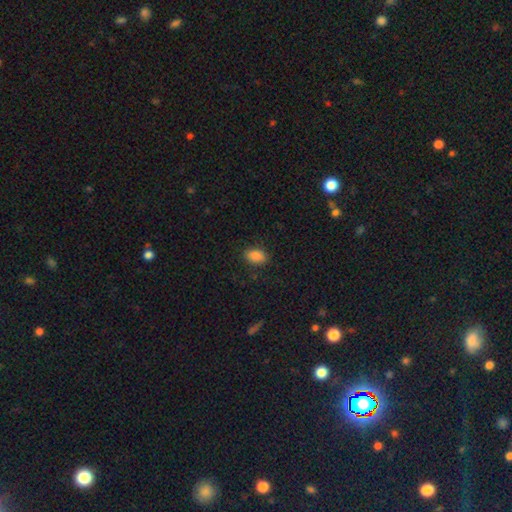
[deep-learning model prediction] This appears to be a smooth galaxy with no disk features (87%) that is in between round and cigar-shaped (87%). Merging: none (87%).